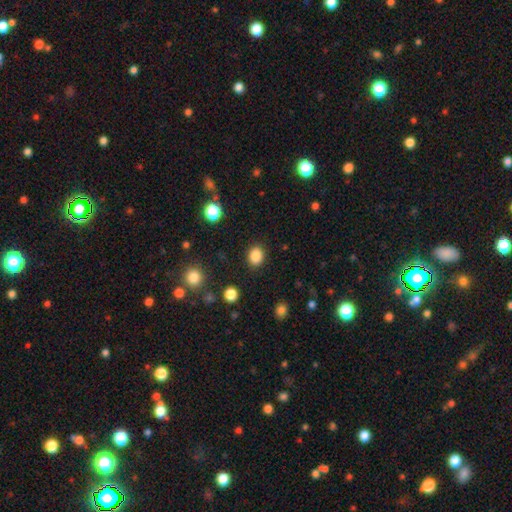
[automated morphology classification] A smooth galaxy with no disk features (86%) that is round (57%). Merging: none (88%).